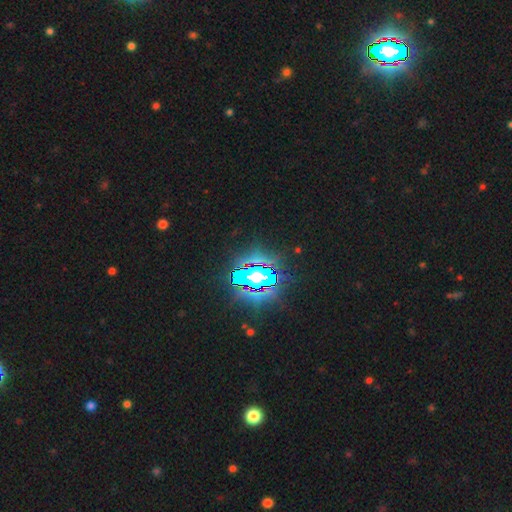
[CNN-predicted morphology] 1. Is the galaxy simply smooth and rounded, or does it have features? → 84% star or artifact, 9% smooth, 7% featured or disk.